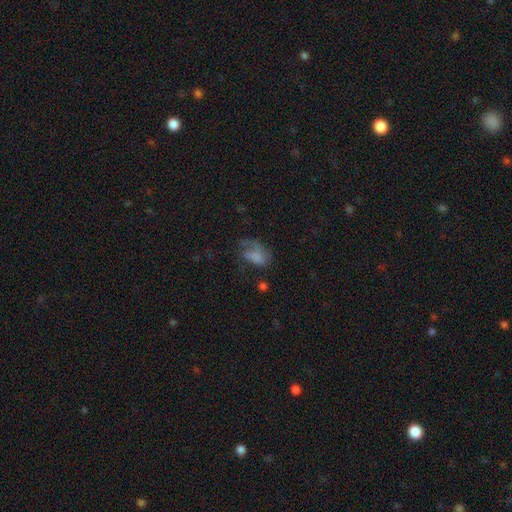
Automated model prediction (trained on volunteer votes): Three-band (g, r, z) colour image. It shows a smooth galaxy with no disk features (58%) that is in between round and cigar-shaped (85%). Merging: major disturbance (45%).